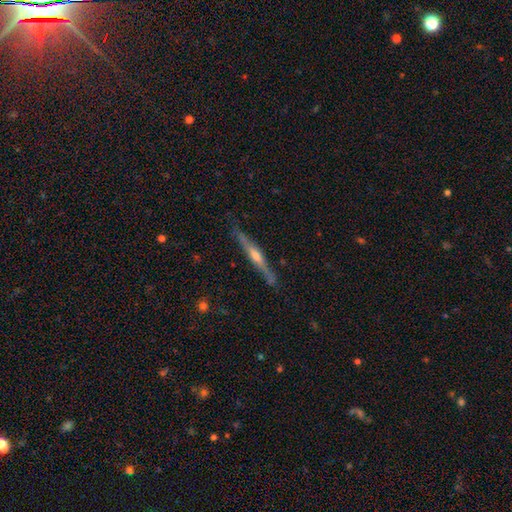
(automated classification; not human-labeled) The model was most divided on "smooth or featured": featured or disk: 79%, smooth: 16%, star or artifact: 6%. More confident: edge-on disk — yes (98%); merging — none (86%); edge-on bulge — rounded (84%).